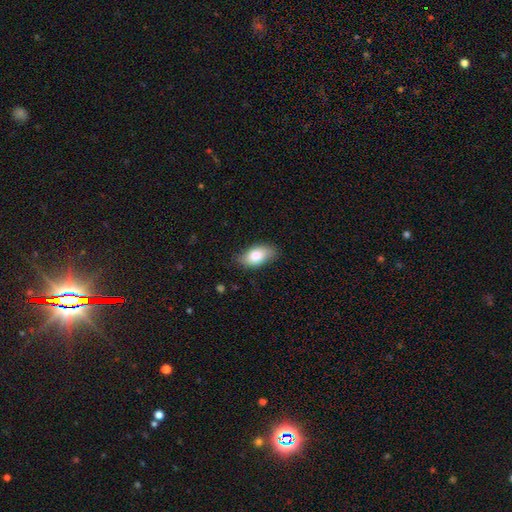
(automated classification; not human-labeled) smooth-or-featured: smooth: 81% | featured or disk: 13% | star or artifact: 7%
  how-rounded: in between: 92% | round: 5% | cigar-shaped: 3%
  merging: none: 79% | minor disturbance: 16% | major disturbance: 3% | merger: 1%